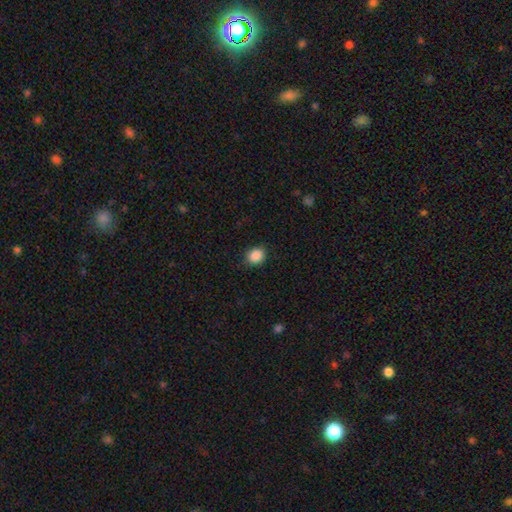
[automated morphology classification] This is clearly a smooth galaxy (89%). How rounded: likely round (63%). Merging: clearly none (87%).